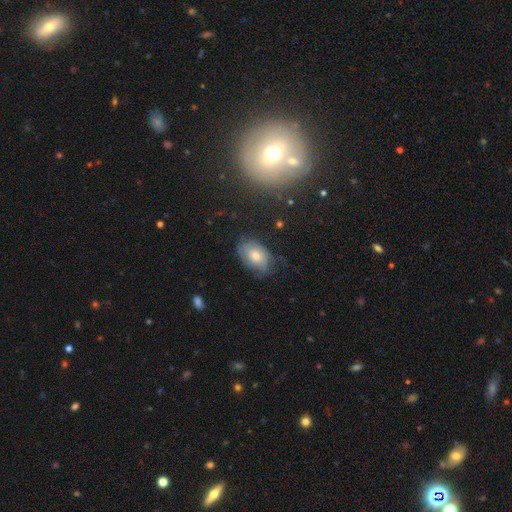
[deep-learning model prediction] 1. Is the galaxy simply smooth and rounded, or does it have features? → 56% smooth, 35% featured or disk, 9% star or artifact.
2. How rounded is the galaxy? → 88% in between, 11% round, 1% cigar-shaped.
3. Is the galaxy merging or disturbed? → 62% none, 27% minor disturbance, 10% major disturbance, 1% merger.